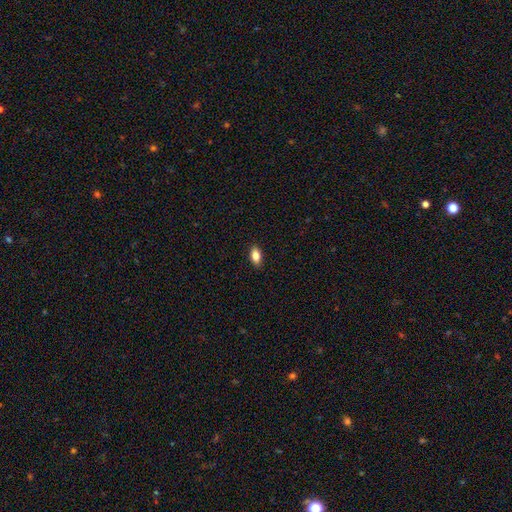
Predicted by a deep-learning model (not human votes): Q: Smooth or featured?
A: smooth (84%); runner-up: featured or disk (8%)
Q: How rounded?
A: in between (89%); runner-up: round (6%)
Q: Merging?
A: none (89%); runner-up: minor disturbance (8%)